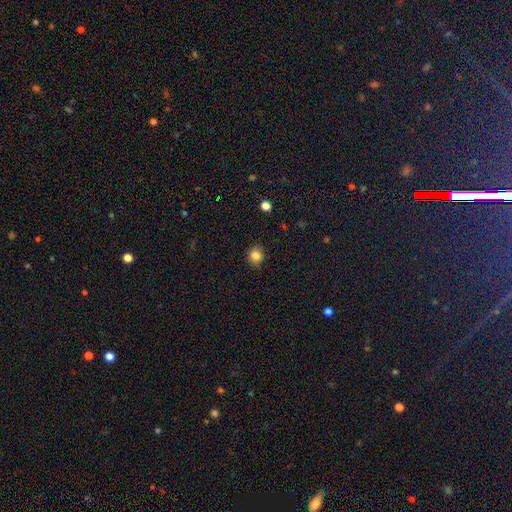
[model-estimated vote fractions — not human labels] Smooth or featured: smooth — 83% (star or artifact — 11%)
How rounded: round — 76% (in between — 23%)
Merging: none — 86% (minor disturbance — 10%)